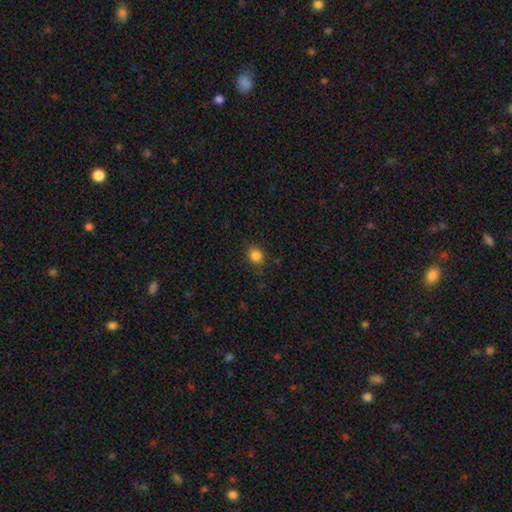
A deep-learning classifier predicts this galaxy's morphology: Overall: smooth (85%). How rounded: round (68%; in between 31%). Merging: none (86%).